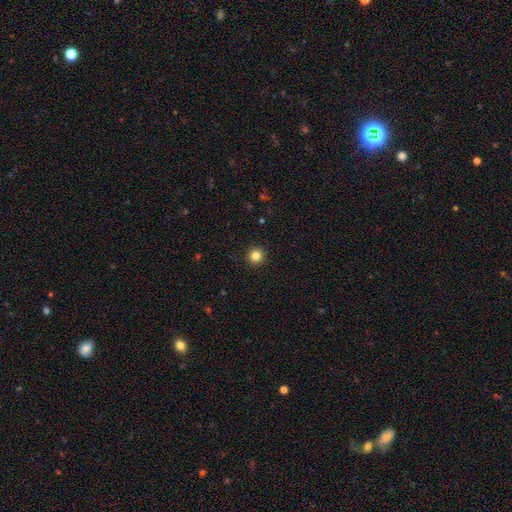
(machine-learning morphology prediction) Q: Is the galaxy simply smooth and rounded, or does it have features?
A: smooth — 83%.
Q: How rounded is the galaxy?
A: round — 94%.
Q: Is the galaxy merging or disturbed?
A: none — 93%.